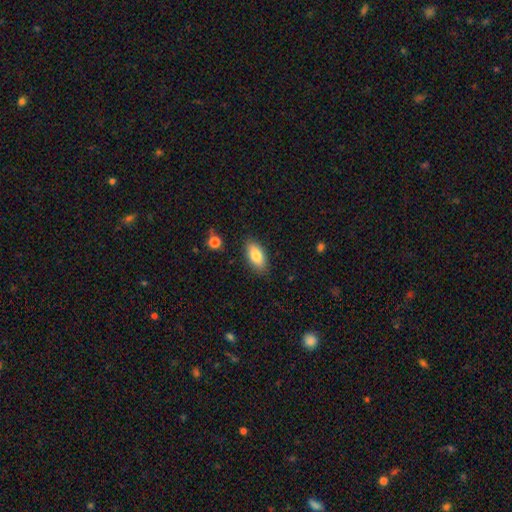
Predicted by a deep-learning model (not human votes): smooth 81%, featured or disk 11%, star or artifact 7%. Down the decision tree: how rounded — in between (89%); merging — none (86%).